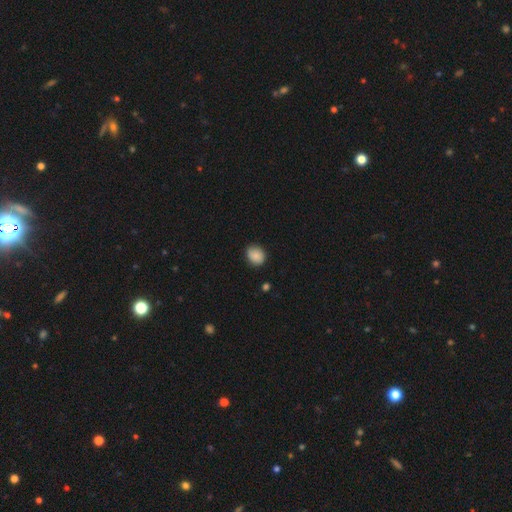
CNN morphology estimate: smooth-or-featured: smooth: 85% | star or artifact: 8% | featured or disk: 7%
  how-rounded: round: 61% | in between: 38% | cigar-shaped: 1%
  merging: none: 78% | minor disturbance: 18% | major disturbance: 3% | merger: 1%